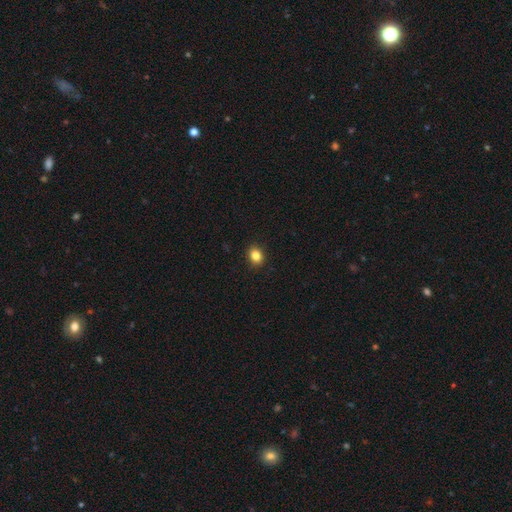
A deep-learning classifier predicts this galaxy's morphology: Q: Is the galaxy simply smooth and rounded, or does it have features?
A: smooth — 84%.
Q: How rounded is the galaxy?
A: in between — 50%.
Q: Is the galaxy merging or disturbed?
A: none — 91%.